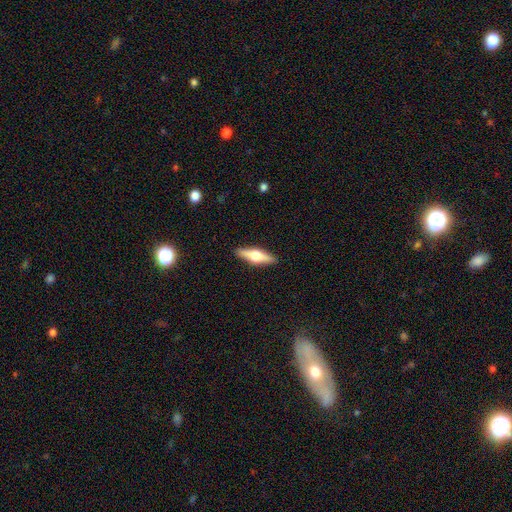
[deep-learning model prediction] The model was most divided on "smooth or featured": featured or disk: 55%, smooth: 39%, star or artifact: 6%. More confident: edge-on disk — yes (95%); edge-on bulge — rounded (94%); merging — none (90%).